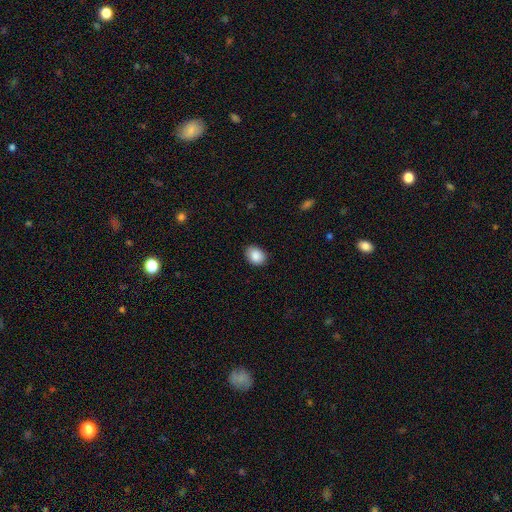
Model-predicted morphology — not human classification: Smooth or featured?
  - smooth: 89% *
  - star or artifact: 8%
  - featured or disk: 4%
How rounded?
  - in between: 64% *
  - round: 36%
  - cigar-shaped: 1%
Merging?
  - none: 85% *
  - minor disturbance: 12%
  - major disturbance: 2%
  - merger: 1%